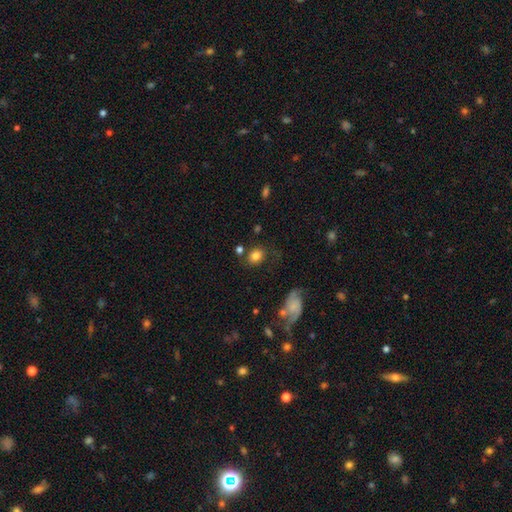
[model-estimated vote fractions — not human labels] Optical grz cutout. It shows a smooth galaxy with no disk features (78%) that is round (55%). Merging: none (70%).